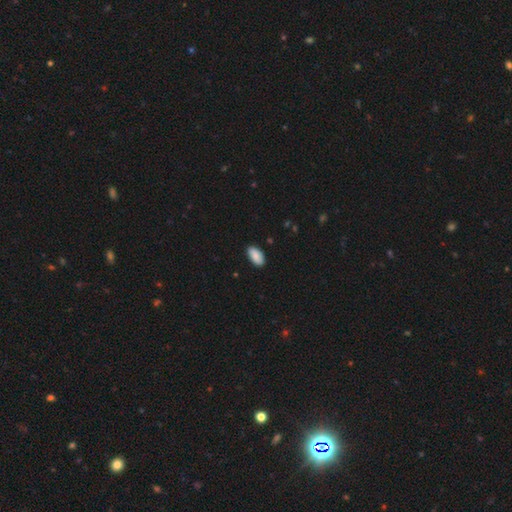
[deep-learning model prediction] Morphology: type=smooth (89%); roundness=in between (95%); merging=none (88%).